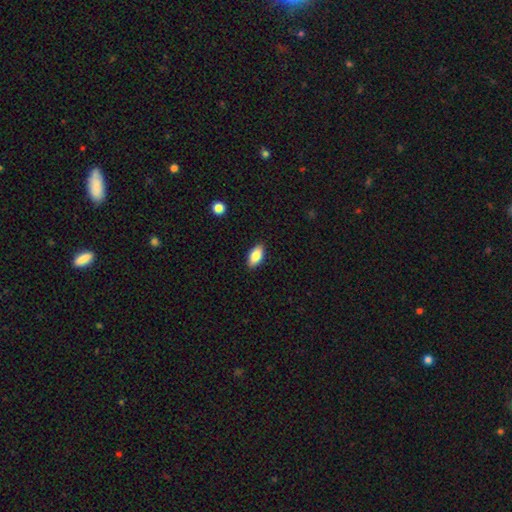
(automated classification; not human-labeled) The model was most divided on "smooth or featured": smooth: 85%, featured or disk: 8%, star or artifact: 7%. More confident: how rounded — in between (91%); merging — none (89%).